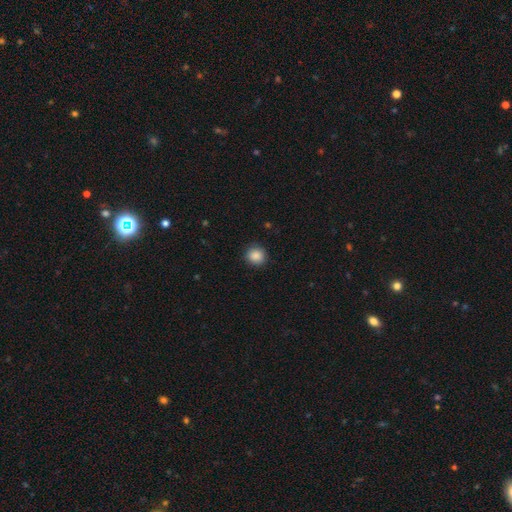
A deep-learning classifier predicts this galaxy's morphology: smooth 88%, star or artifact 9%, featured or disk 3%. Down the decision tree: how rounded — round (90%); merging — none (89%).